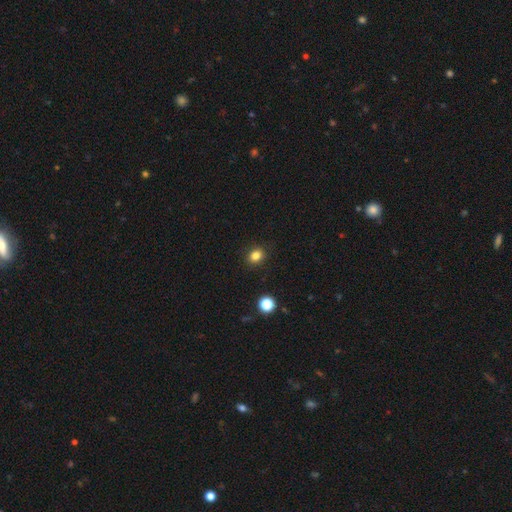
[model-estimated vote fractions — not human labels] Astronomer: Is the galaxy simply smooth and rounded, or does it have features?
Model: smooth — 83%.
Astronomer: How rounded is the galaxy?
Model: round — 66%.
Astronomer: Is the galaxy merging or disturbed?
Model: none — 90%.